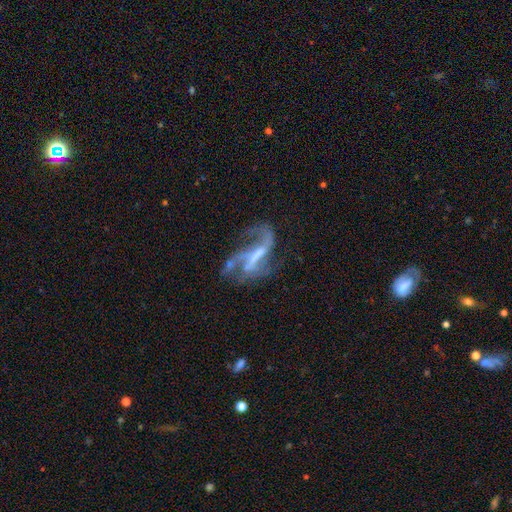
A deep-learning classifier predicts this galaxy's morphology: Overall: featured or disk (77%). Edge-on disk: no (93%). Bar: strong (39%; weak 35%). Spiral arms: yes (75%). Spiral arm count: 2 (37%; 3 22%). Spiral winding: loose (64%; medium 27%). Bulge size: small (35%; none 32%). Merging: major disturbance (37%; none 35%).